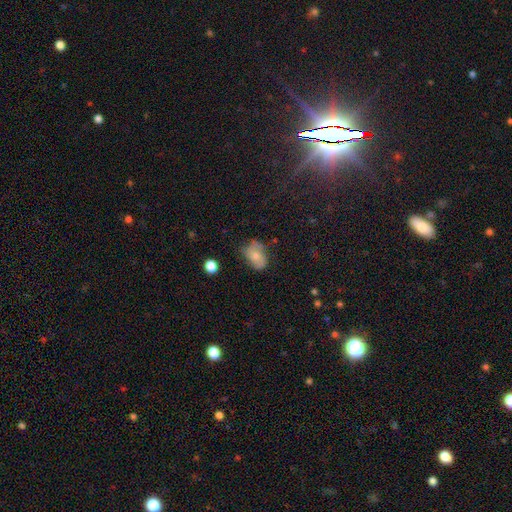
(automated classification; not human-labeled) smooth-or-featured: smooth: 60% | featured or disk: 31% | star or artifact: 9%
  how-rounded: in between: 81% | round: 17% | cigar-shaped: 1%
  merging: none: 55% | minor disturbance: 32% | major disturbance: 11% | merger: 3%